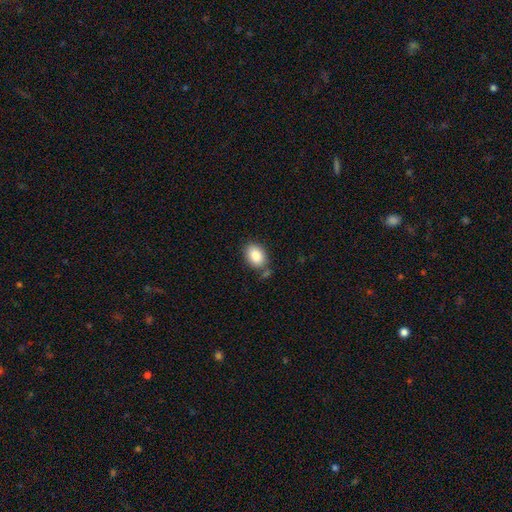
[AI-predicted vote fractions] Smooth or featured? smooth (87%)
How rounded? in between (80%)
Merging? none (72%)